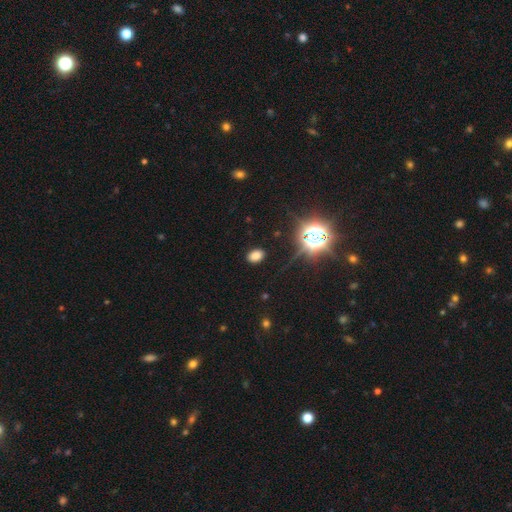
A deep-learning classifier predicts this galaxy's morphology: Smooth or featured?
  - smooth: 73% *
  - star or artifact: 21%
  - featured or disk: 6%
How rounded?
  - in between: 80% *
  - round: 19%
  - cigar-shaped: 1%
Merging?
  - none: 87% *
  - minor disturbance: 9%
  - major disturbance: 3%
  - merger: 1%